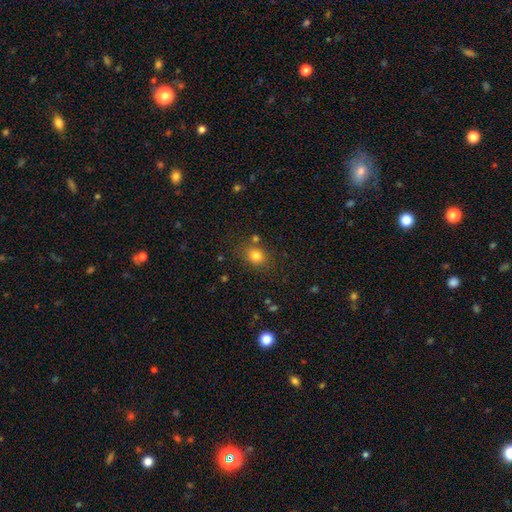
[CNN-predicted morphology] Overall: smooth (80%). How rounded: round (55%; in between 44%). Merging: none (75%).